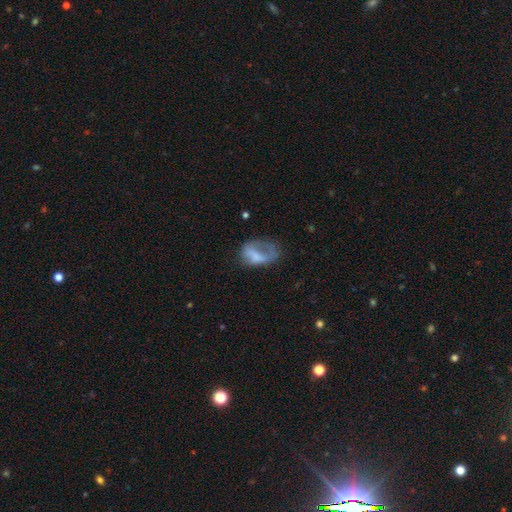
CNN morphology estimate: Smooth or featured?
  - smooth: 56% *
  - featured or disk: 34%
  - star or artifact: 10%
How rounded?
  - in between: 83% *
  - round: 14%
  - cigar-shaped: 2%
Merging?
  - major disturbance: 48% *
  - minor disturbance: 24%
  - none: 24%
  - merger: 4%